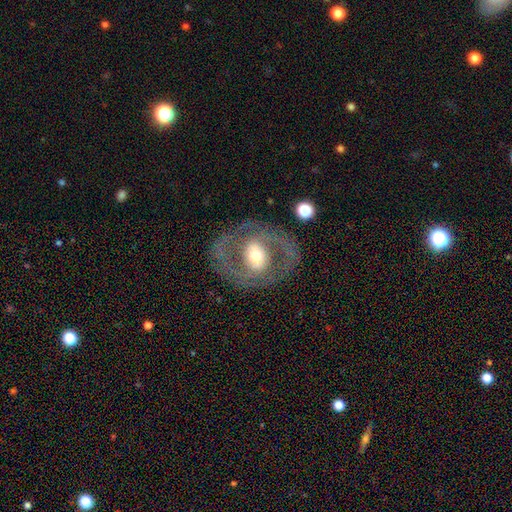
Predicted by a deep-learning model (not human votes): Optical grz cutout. It shows a featured or disk galaxy (74%) with no bar (37%), spiral arms (58%) and a moderate central bulge (60%). Merging: none (78%).